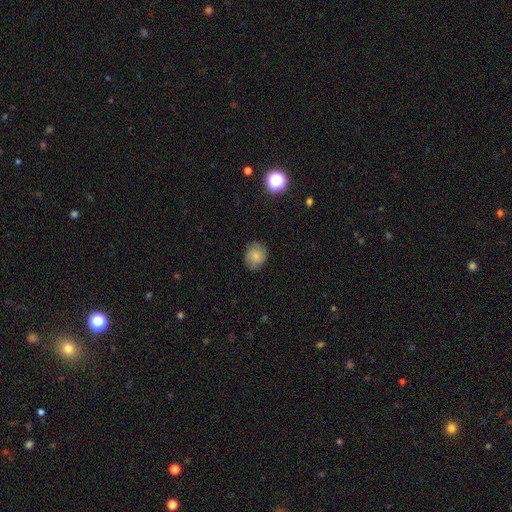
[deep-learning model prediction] Q: Smooth or featured?
A: smooth (75%); runner-up: featured or disk (15%)
Q: How rounded?
A: round (70%); runner-up: in between (29%)
Q: Merging?
A: none (81%); runner-up: minor disturbance (14%)